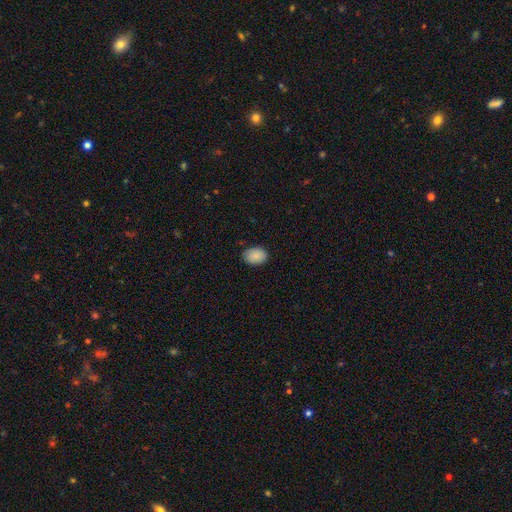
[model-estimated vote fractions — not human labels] smooth-or-featured: smooth: 88% | star or artifact: 7% | featured or disk: 5%
  how-rounded: in between: 79% | round: 20% | cigar-shaped: 1%
  merging: none: 85% | minor disturbance: 12% | major disturbance: 2% | merger: 1%